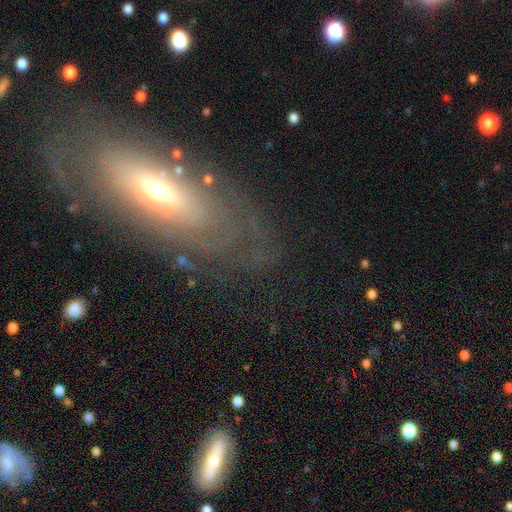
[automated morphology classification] A featured or disk galaxy (59%). Merging: none (74%).